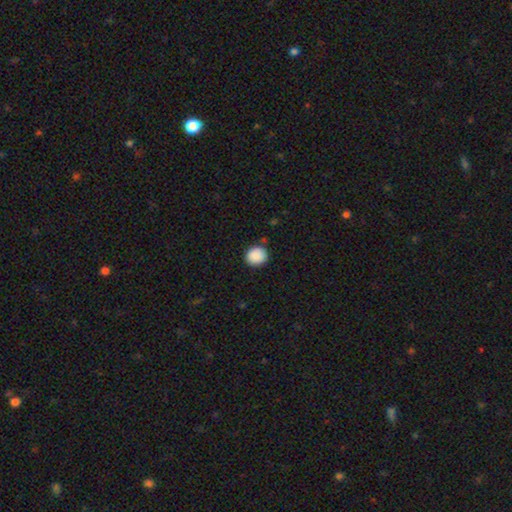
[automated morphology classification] smooth-or-featured: smooth: 89% | star or artifact: 8% | featured or disk: 3%
  how-rounded: round: 81% | in between: 18% | cigar-shaped: 1%
  merging: none: 86% | minor disturbance: 10% | major disturbance: 2% | merger: 2%